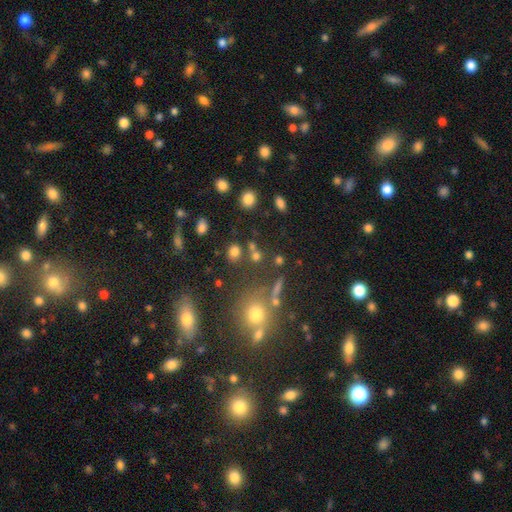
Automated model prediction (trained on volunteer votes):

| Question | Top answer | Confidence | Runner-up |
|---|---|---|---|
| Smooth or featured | smooth | 63% | star or artifact (25%) |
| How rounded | round | 75% | in between (21%) |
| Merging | none | 67% | merger (18%) |